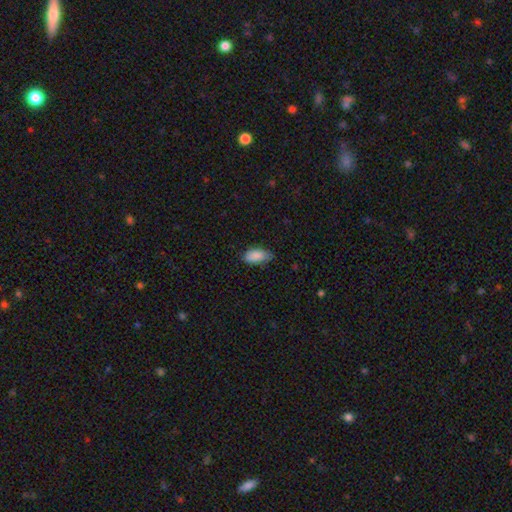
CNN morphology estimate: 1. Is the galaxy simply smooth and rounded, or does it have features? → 88% smooth, 7% star or artifact, 5% featured or disk.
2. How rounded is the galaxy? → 93% in between, 5% cigar-shaped, 3% round.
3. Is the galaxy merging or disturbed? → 60% none, 34% minor disturbance, 5% major disturbance, 1% merger.